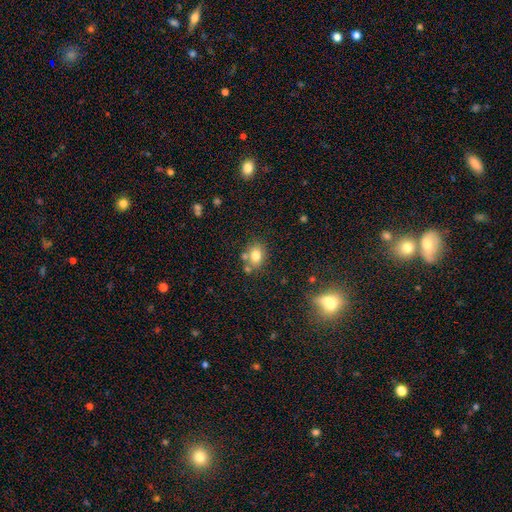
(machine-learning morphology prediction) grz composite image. It shows a smooth galaxy with no disk features (76%) that is in between round and cigar-shaped (52%). Merging: none (64%).